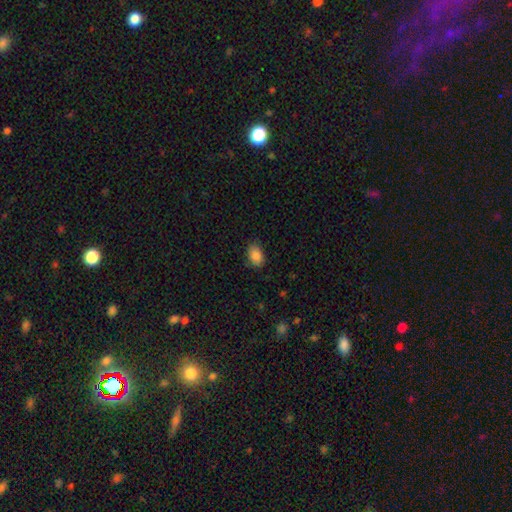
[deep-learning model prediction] A smooth galaxy with no disk features (87%) that is in between round and cigar-shaped (84%). Merging: none (80%).